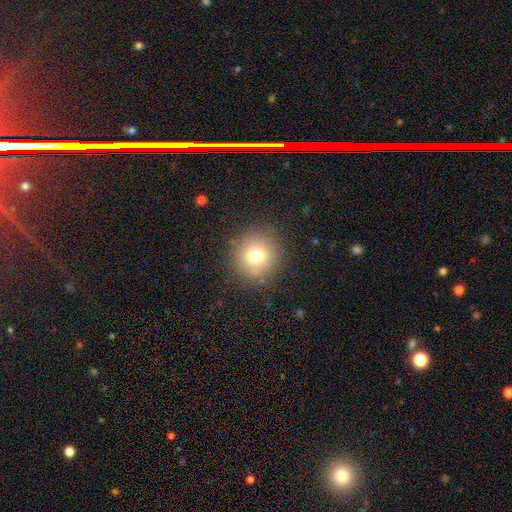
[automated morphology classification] A smooth galaxy with no disk features (74%) that is round (94%). Merging: none (86%).